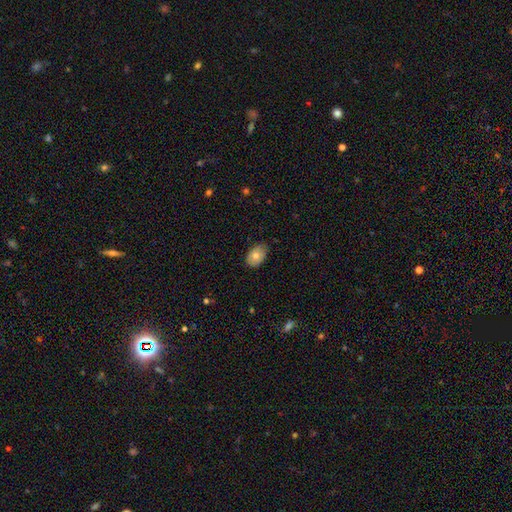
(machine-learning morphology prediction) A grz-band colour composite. It shows a smooth galaxy with no disk features (73%) that is in between round and cigar-shaped (85%). Merging: none (78%).